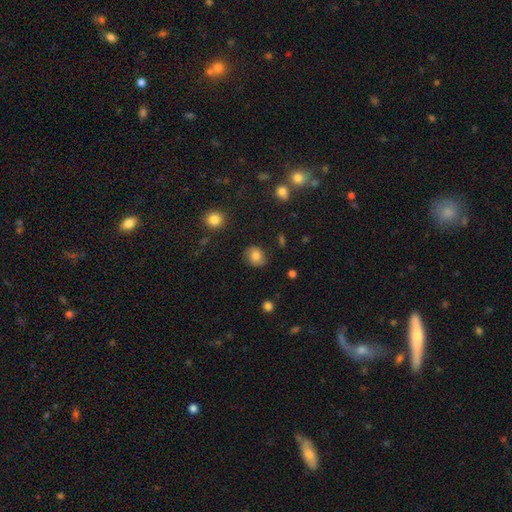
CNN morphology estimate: A smooth galaxy with no disk features (78%) that is round (60%). Merging: none (83%).